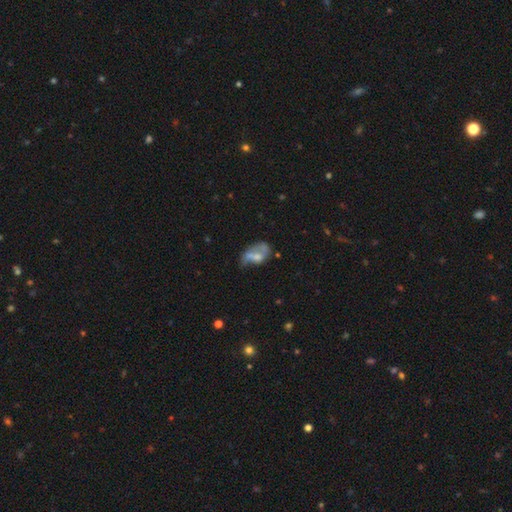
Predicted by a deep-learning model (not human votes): Q: Smooth or featured?
A: featured or disk (48%); runner-up: smooth (42%)
Q: Merging?
A: major disturbance (36%); runner-up: none (25%)